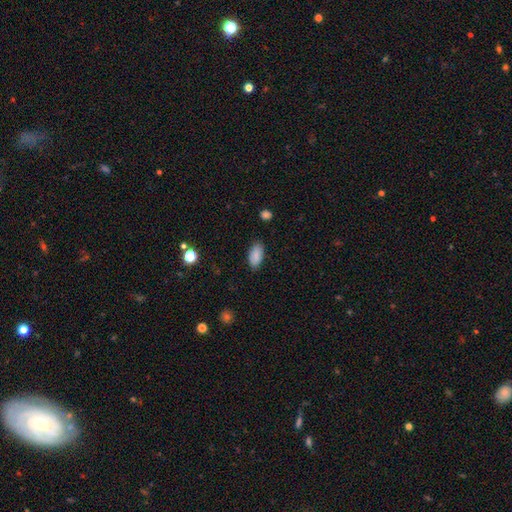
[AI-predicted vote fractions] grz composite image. It shows a smooth galaxy with no disk features (88%) that is in between round and cigar-shaped (92%). Merging: none (84%).